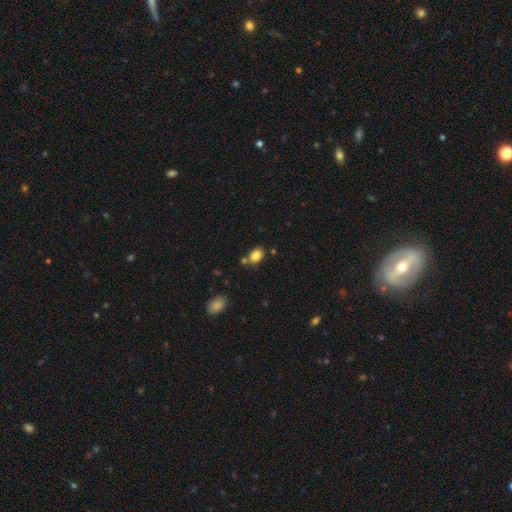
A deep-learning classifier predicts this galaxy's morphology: Smooth or featured: smooth — 84% (star or artifact — 10%)
How rounded: in between — 76% (round — 23%)
Merging: none — 70% (minor disturbance — 13%)